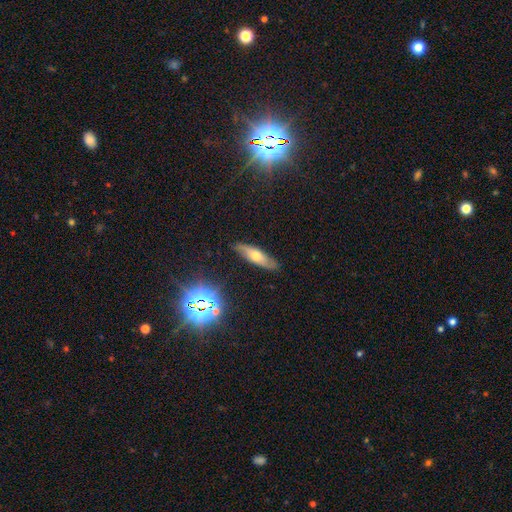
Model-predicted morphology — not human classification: A smooth galaxy with no disk features (47%). Merging: none (84%).